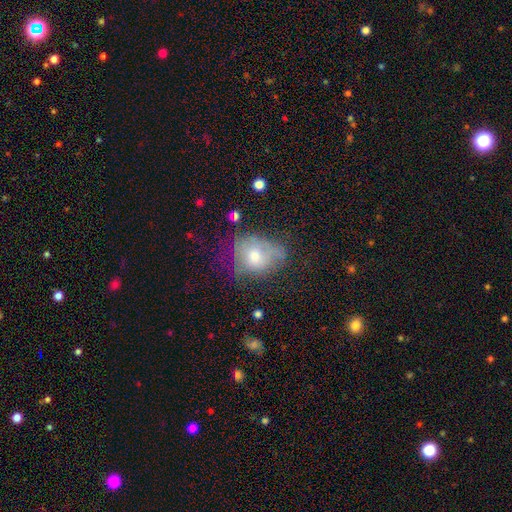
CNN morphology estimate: smooth-or-featured: smooth: 58% | featured or disk: 31% | star or artifact: 11%
  how-rounded: in between: 57% | round: 41% | cigar-shaped: 1%
  merging: none: 36% | minor disturbance: 32% | major disturbance: 27% | merger: 4%